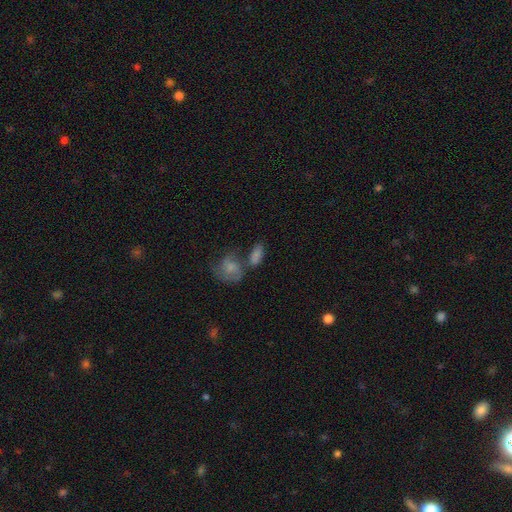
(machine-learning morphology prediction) Smooth or featured?
  - smooth: 62% *
  - featured or disk: 26%
  - star or artifact: 12%
How rounded?
  - in between: 75% *
  - round: 17%
  - cigar-shaped: 8%
Merging?
  - none: 42% *
  - merger: 34%
  - minor disturbance: 15%
  - major disturbance: 8%